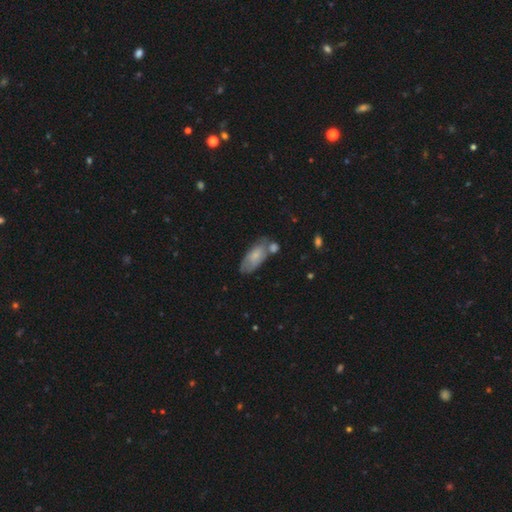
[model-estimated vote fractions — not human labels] smooth_or_featured: smooth (p=0.66) [alt: featured or disk p=0.28]
how_rounded: in between (p=0.86) [alt: cigar-shaped p=0.12]
merging: none (p=0.50) [alt: minor disturbance p=0.25]